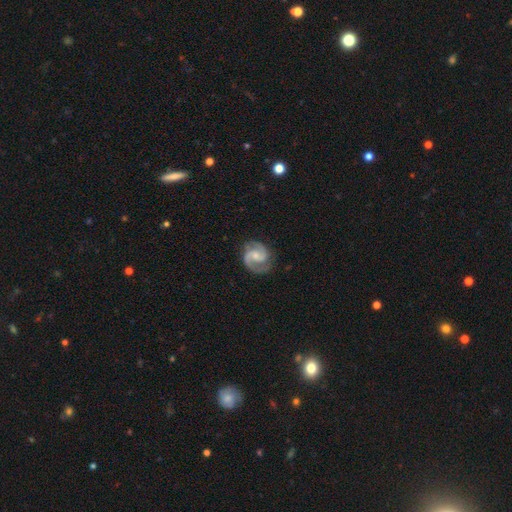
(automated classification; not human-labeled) This appears to be a featured or disk galaxy (90%) with no bar (48%), 2 (92%) medium (56%) spiral arms (98%) and a small central bulge (55%). Merging: none (80%).